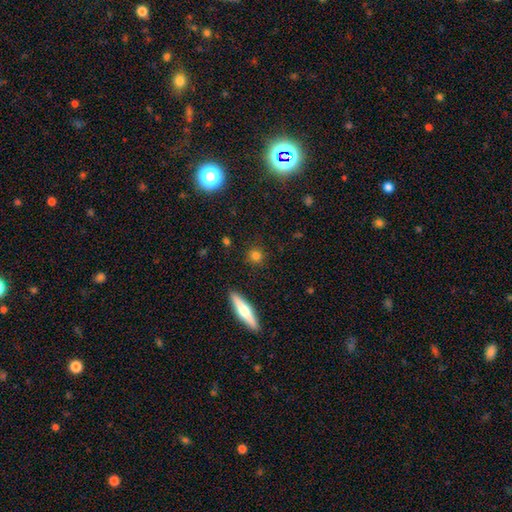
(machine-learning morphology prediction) Smooth or featured? Predicted: smooth (p=0.76). How rounded? Predicted: round (p=0.80). Merging? Predicted: none (p=0.87).